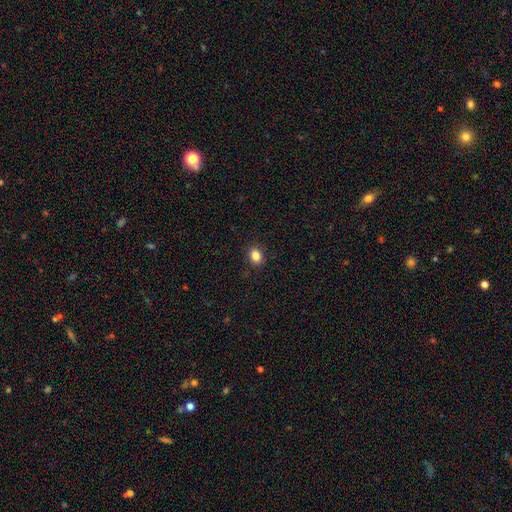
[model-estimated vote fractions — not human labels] Smooth or featured: smooth — 85% (star or artifact — 10%)
How rounded: in between — 55% (round — 44%)
Merging: none — 89% (minor disturbance — 8%)